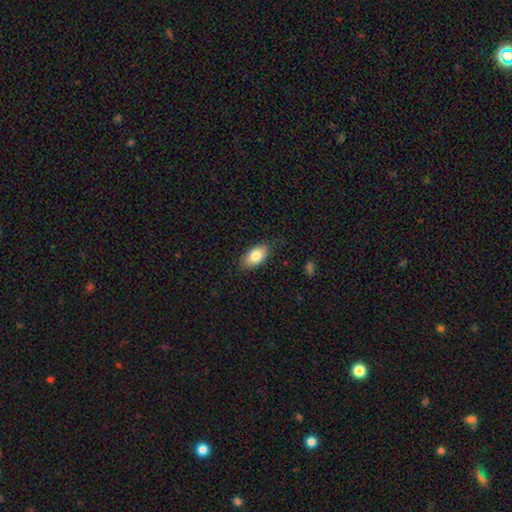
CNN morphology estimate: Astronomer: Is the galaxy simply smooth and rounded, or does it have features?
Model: smooth — 81%.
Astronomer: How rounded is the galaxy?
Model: in between — 92%.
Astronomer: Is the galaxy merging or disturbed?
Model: none — 83%.